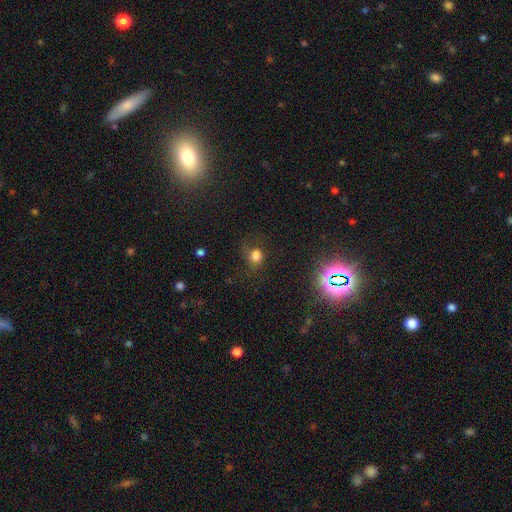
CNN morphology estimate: smooth 69%, star or artifact 19%, featured or disk 12%. Down the decision tree: how rounded — round (69%); merging — none (54%).